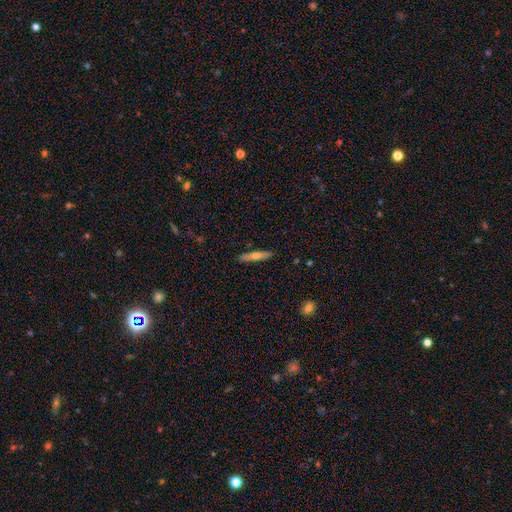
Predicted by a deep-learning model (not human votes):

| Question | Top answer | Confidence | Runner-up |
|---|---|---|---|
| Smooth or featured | smooth | 49% | featured or disk (44%) |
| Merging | none | 90% | minor disturbance (7%) |